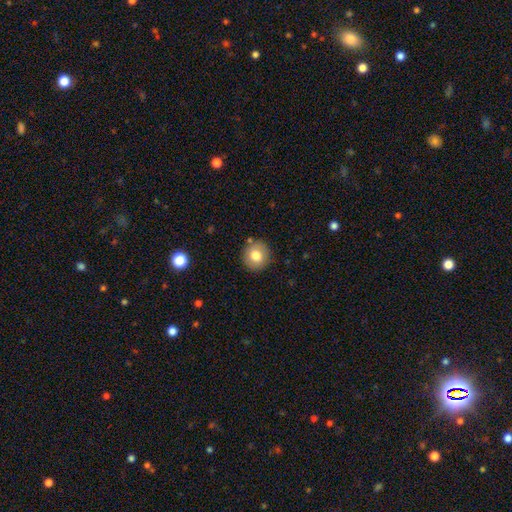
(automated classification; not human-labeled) Smooth or featured? Predicted: smooth (p=0.79). How rounded? Predicted: round (p=0.90). Merging? Predicted: none (p=0.87).